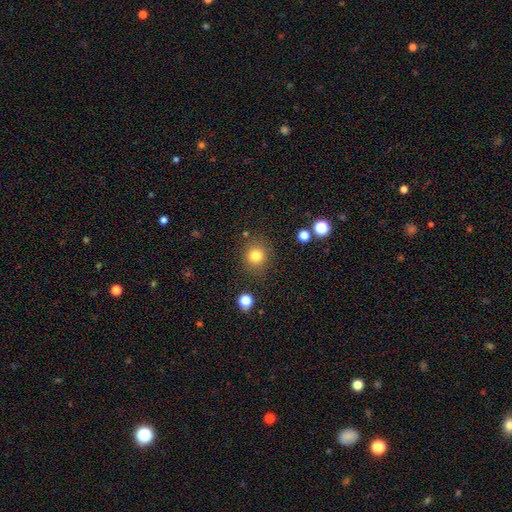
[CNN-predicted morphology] Smooth or featured? smooth (81%)
How rounded? round (86%)
Merging? none (83%)